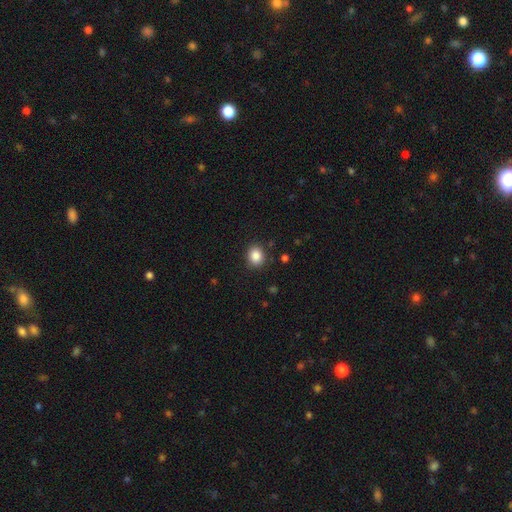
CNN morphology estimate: A smooth galaxy with no disk features (86%) that is round (68%).

Vote fractions:
- Smooth or featured? smooth: 86% / star or artifact: 10% / featured or disk: 4%
- How rounded? round: 68% / in between: 31% / cigar-shaped: 1%
- Merging? none: 87% / minor disturbance: 9% / major disturbance: 3% / merger: 1%